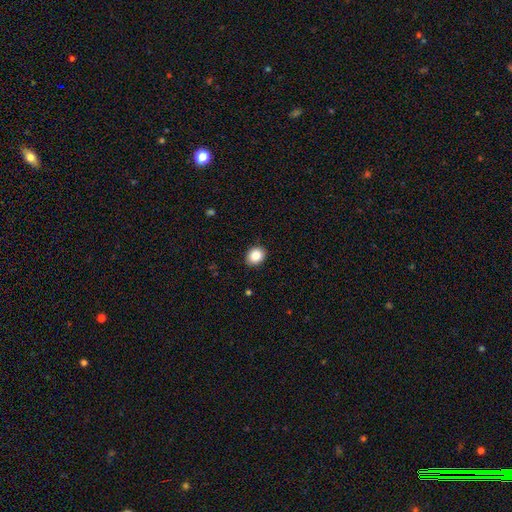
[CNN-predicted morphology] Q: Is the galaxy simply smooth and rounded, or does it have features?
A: smooth — 87%.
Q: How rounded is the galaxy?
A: round — 57%.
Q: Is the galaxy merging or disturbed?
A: none — 89%.